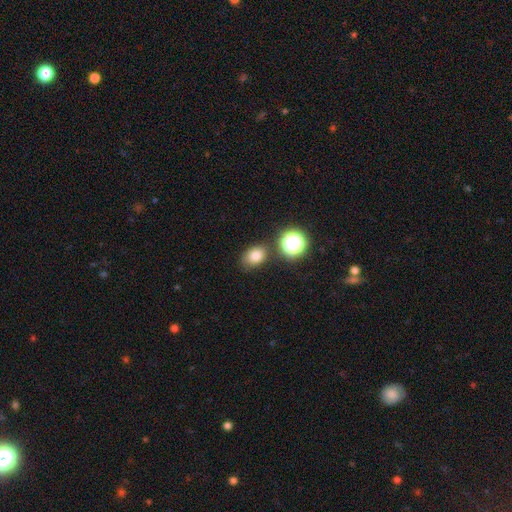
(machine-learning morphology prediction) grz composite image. It shows a smooth galaxy with no disk features (78%) that is in between round and cigar-shaped (62%). Merging: none (74%).